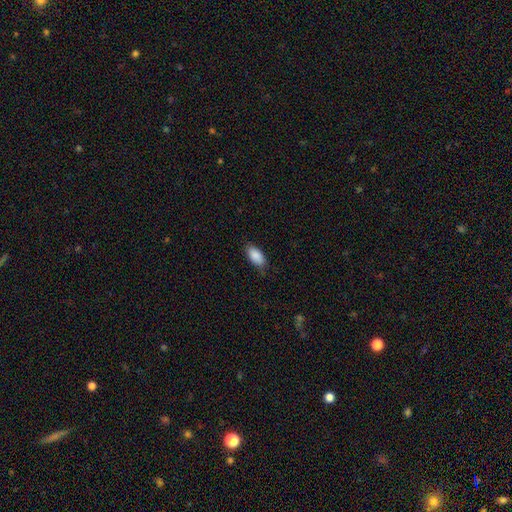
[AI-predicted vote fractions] Smooth or featured?
  - smooth: 89% *
  - star or artifact: 6%
  - featured or disk: 5%
How rounded?
  - in between: 92% *
  - cigar-shaped: 5%
  - round: 2%
Merging?
  - none: 80% *
  - minor disturbance: 16%
  - major disturbance: 3%
  - merger: 1%